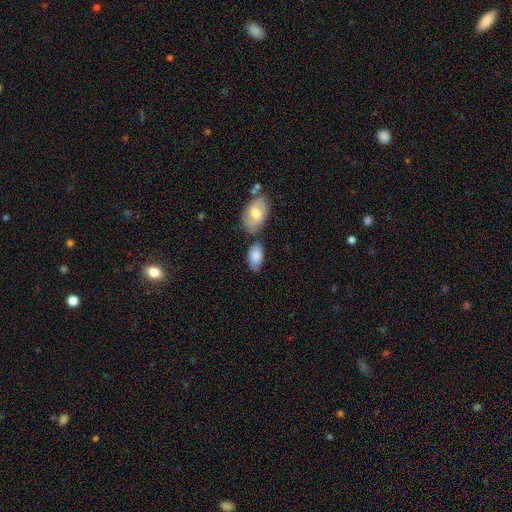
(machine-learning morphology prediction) A smooth galaxy with no disk features (83%) that is in between round and cigar-shaped (94%).

Vote fractions:
- Smooth or featured? smooth: 83% / featured or disk: 10% / star or artifact: 6%
- How rounded? in between: 94% / round: 4% / cigar-shaped: 2%
- Merging? none: 58% / merger: 19% / minor disturbance: 19% / major disturbance: 5%